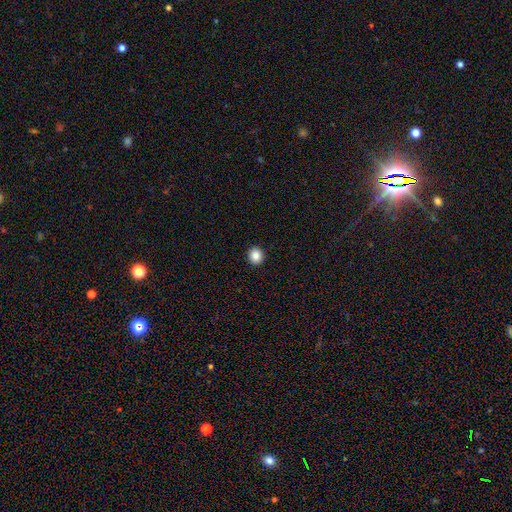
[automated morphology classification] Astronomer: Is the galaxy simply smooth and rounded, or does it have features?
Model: smooth — 87%.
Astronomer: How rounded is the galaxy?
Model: round — 89%.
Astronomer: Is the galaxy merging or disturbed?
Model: none — 94%.